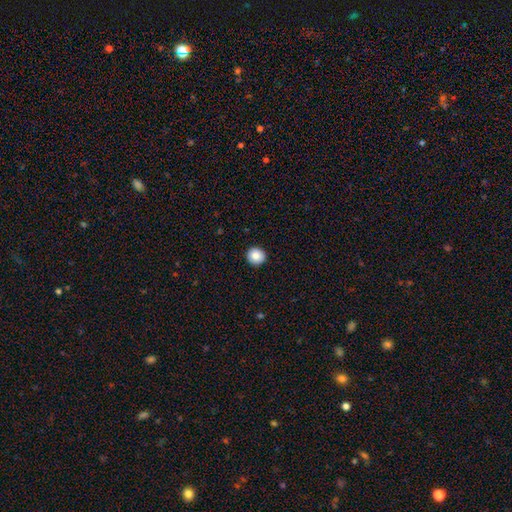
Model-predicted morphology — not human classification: smooth-or-featured: smooth: 86% | star or artifact: 9% | featured or disk: 6%
  how-rounded: round: 94% | in between: 5% | cigar-shaped: 1%
  merging: none: 93% | minor disturbance: 5% | major disturbance: 1% | merger: 1%